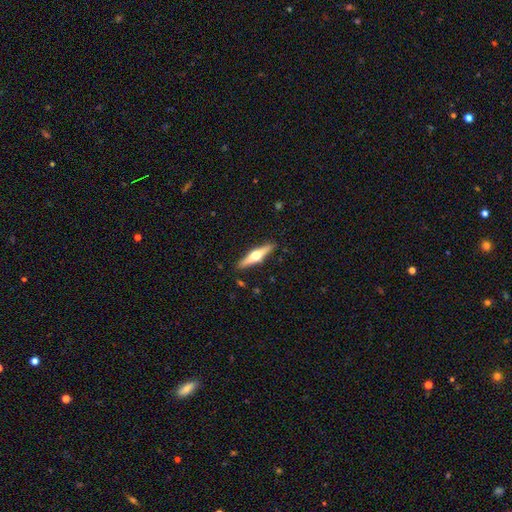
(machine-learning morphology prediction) Q: Smooth or featured?
A: featured or disk (63%); runner-up: smooth (32%)
Q: Edge-on disk?
A: yes (96%); runner-up: no (4%)
Q: Edge-on bulge?
A: rounded (96%); runner-up: boxy (2%)
Q: Merging?
A: none (90%); runner-up: minor disturbance (7%)